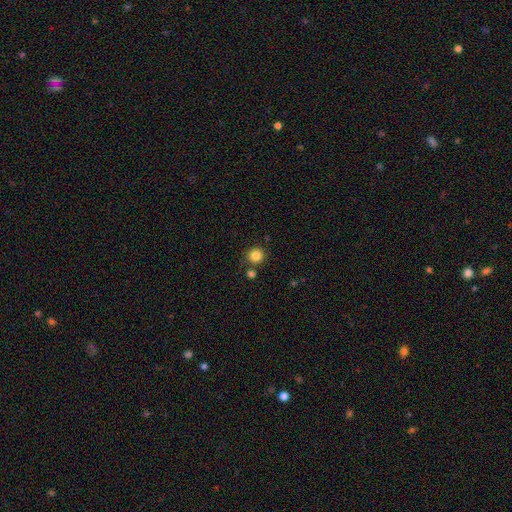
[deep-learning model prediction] This appears to be a smooth galaxy with no disk features (84%) that is round (93%). Merging: none (77%).